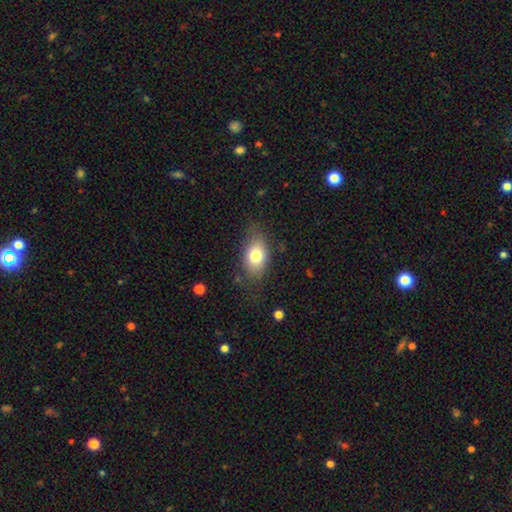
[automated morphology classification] This appears to be a smooth galaxy with no disk features (76%) that is in between round and cigar-shaped (84%). Merging: none (74%).